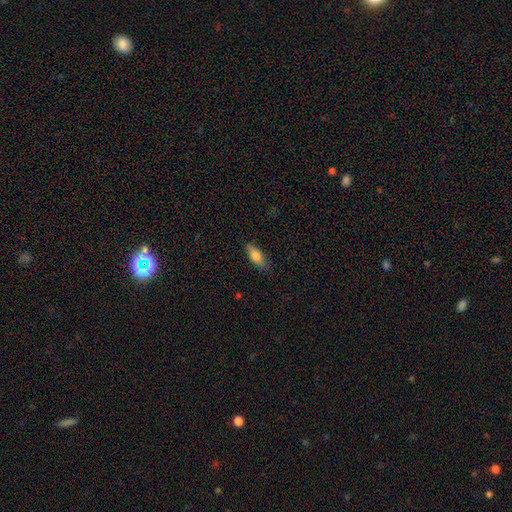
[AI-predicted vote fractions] Smooth or featured? Predicted: smooth (p=0.75). How rounded? Predicted: in between (p=0.69). Merging? Predicted: none (p=0.83).